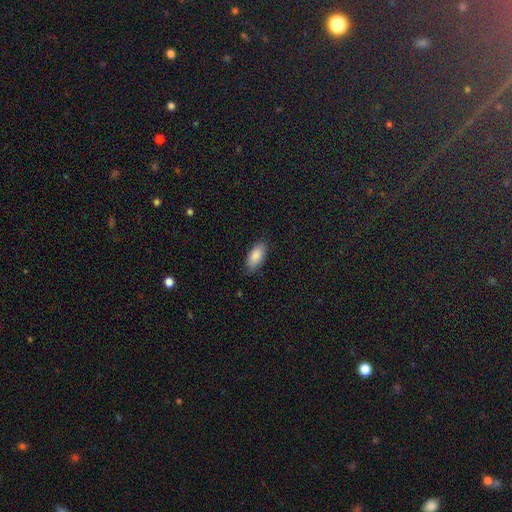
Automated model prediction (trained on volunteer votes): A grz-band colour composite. It shows a smooth galaxy with no disk features (88%) that is in between round and cigar-shaped (90%). Merging: none (81%).